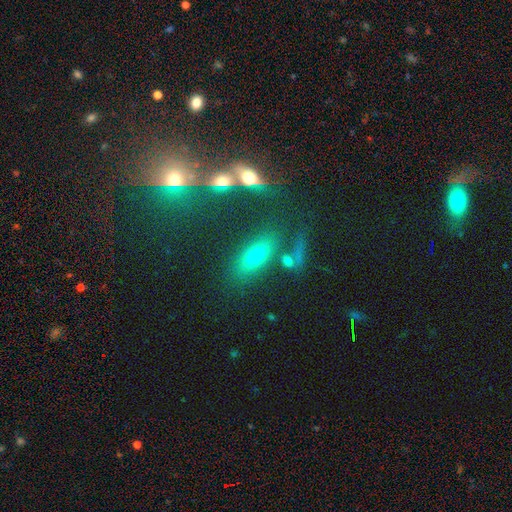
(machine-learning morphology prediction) type=smooth (60%); roundness=in between (62%); merging=none (71%).